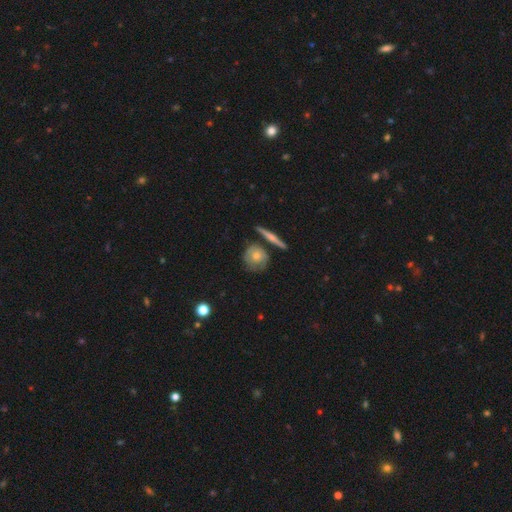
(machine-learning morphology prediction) Smooth or featured? featured or disk (46%)
Merging? none (70%)